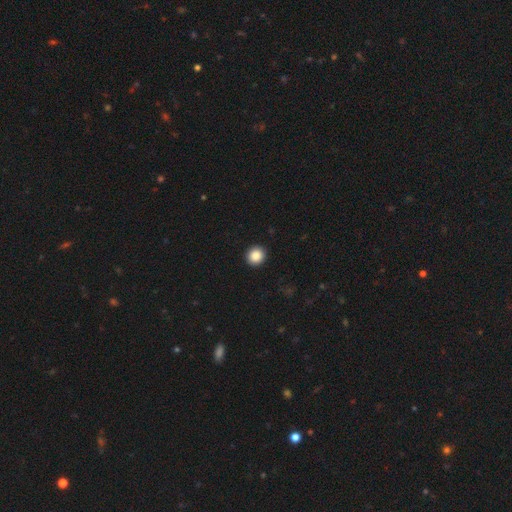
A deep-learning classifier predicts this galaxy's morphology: Smooth or featured? smooth (88%)
How rounded? round (91%)
Merging? none (93%)